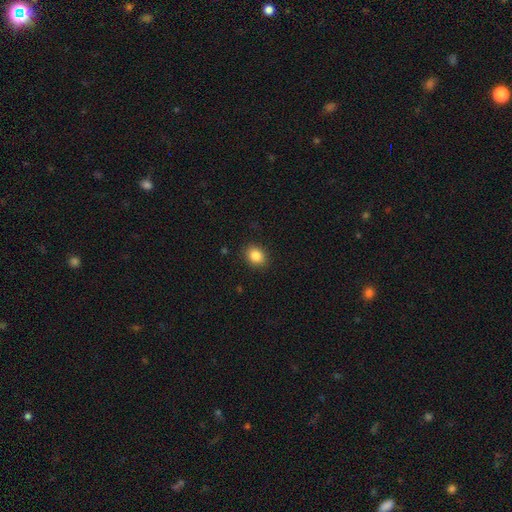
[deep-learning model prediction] smooth 86%, star or artifact 9%, featured or disk 5%. Down the decision tree: how rounded — in between (54%); merging — none (89%).